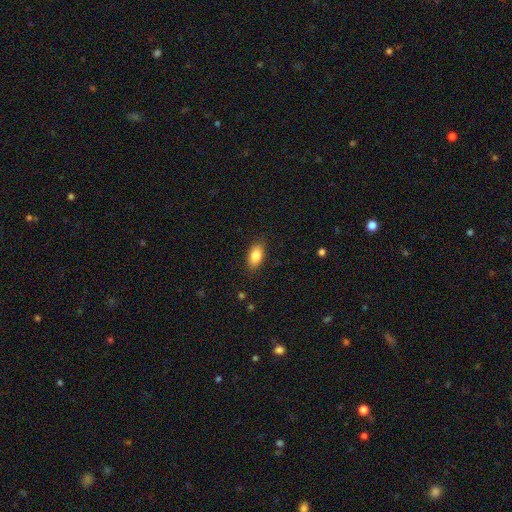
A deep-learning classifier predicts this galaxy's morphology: Smooth or featured? smooth (84%)
How rounded? in between (90%)
Merging? none (86%)